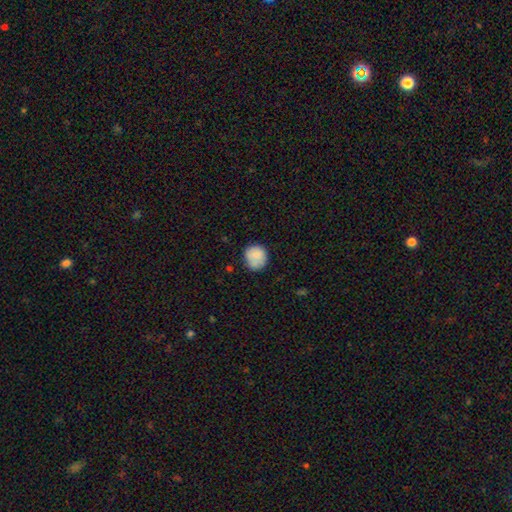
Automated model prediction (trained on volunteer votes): smooth_or_featured: smooth (p=0.84) [alt: featured or disk p=0.09]
how_rounded: round (p=0.85) [alt: in between p=0.14]
merging: none (p=0.71) [alt: minor disturbance p=0.21]